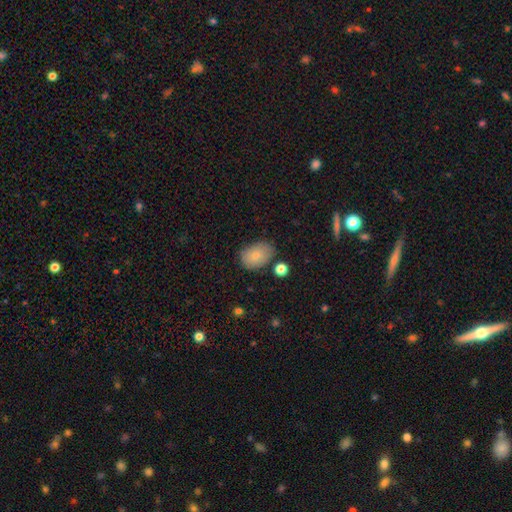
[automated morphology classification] This is likely a smooth galaxy (79%). How rounded: clearly in between (83%). Merging: likely none (74%).